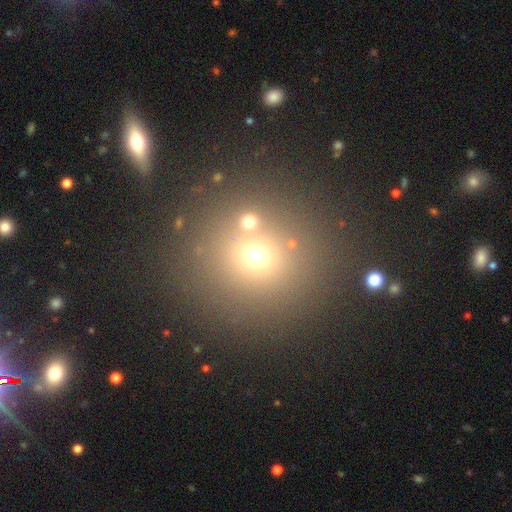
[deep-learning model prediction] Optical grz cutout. It shows a smooth galaxy with no disk features (61%) that is round (89%). Merging: none (76%).